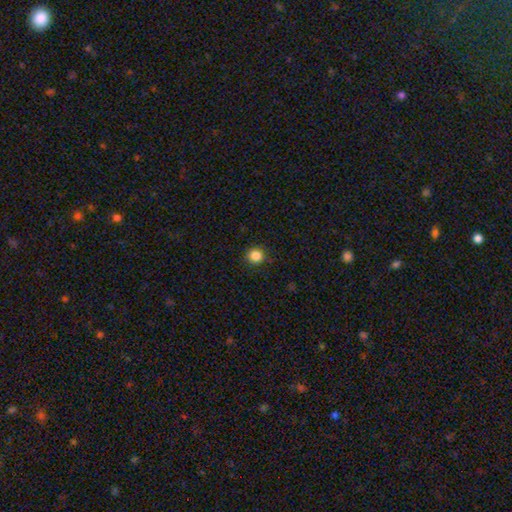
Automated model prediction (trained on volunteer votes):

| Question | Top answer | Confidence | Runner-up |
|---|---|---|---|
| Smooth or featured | smooth | 85% | star or artifact (11%) |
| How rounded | round | 94% | in between (5%) |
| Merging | none | 90% | minor disturbance (7%) |